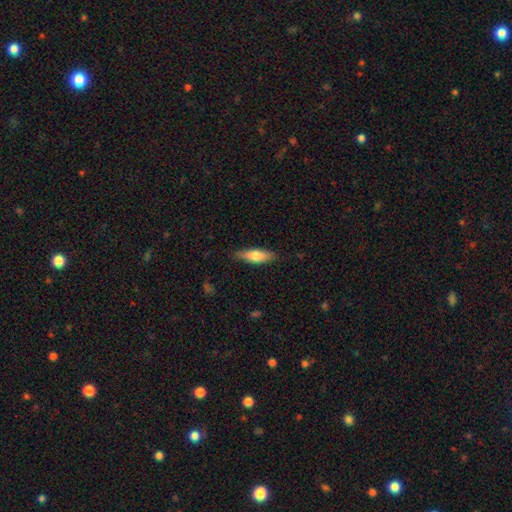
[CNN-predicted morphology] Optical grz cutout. It shows a smooth galaxy with no disk features (71%) that is in between round and cigar-shaped (55%). Merging: none (83%).